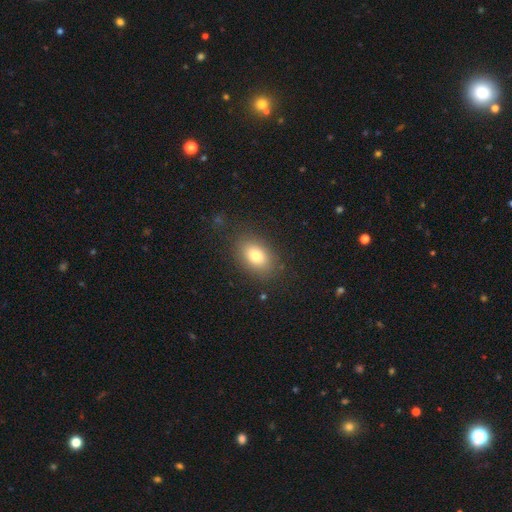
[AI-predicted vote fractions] smooth-or-featured: smooth: 79% | featured or disk: 11% | star or artifact: 9%
  how-rounded: in between: 84% | round: 14% | cigar-shaped: 2%
  merging: none: 83% | minor disturbance: 11% | major disturbance: 4% | merger: 1%